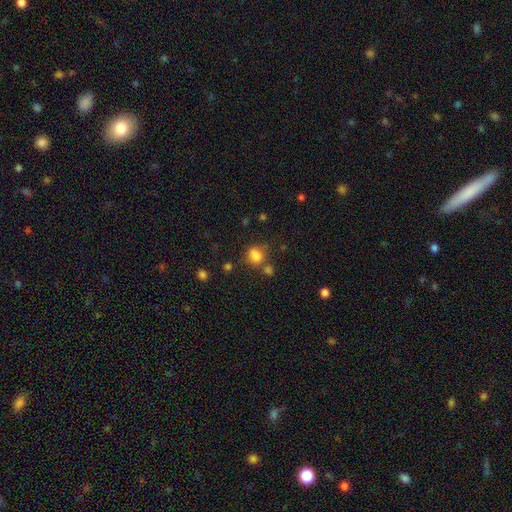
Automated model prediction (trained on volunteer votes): Smooth or featured? Predicted: smooth (p=0.80). How rounded? Predicted: round (p=0.51). Merging? Predicted: none (p=0.56).